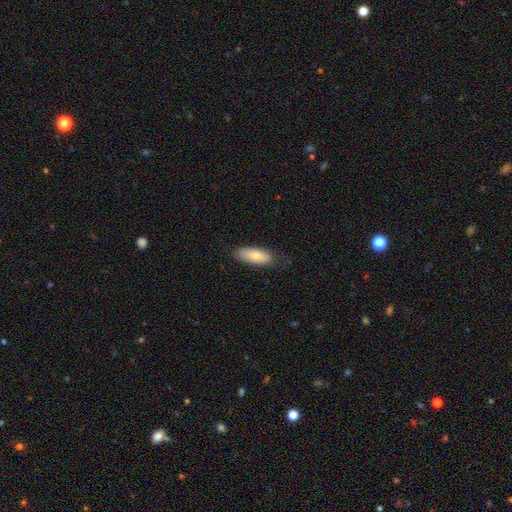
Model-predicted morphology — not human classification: Overall: smooth (74%). How rounded: in between (77%). Merging: none (71%).